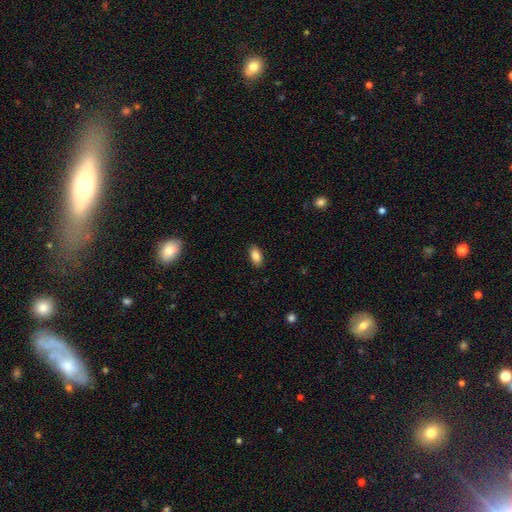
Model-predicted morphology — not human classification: Smooth or featured? smooth (87%)
How rounded? in between (92%)
Merging? none (88%)